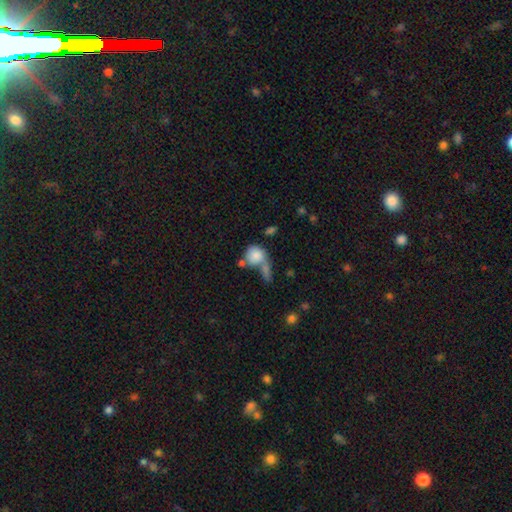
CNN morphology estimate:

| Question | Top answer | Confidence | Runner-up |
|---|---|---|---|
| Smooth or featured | smooth | 78% | featured or disk (14%) |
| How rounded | round | 75% | in between (23%) |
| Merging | merger | 44% | none (30%) |